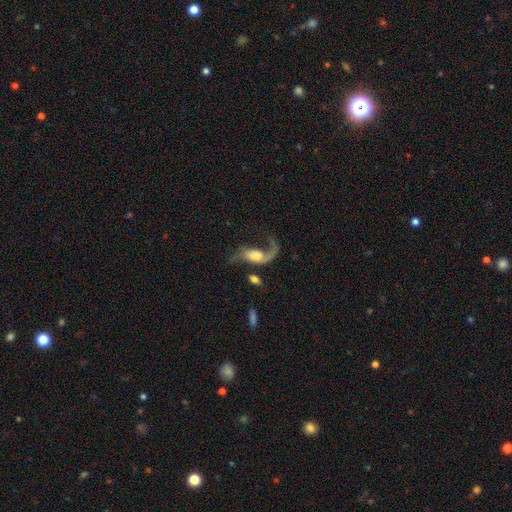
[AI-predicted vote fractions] smooth_or_featured: featured or disk (p=0.76) [alt: smooth p=0.17]
disk_edge_on: no (p=0.95) [alt: yes p=0.05]
bar: no (p=0.55) [alt: weak p=0.34]
has_spiral_arms: yes (p=0.91) [alt: no p=0.09]
spiral_winding: loose (p=0.81) [alt: medium p=0.15]
spiral_arm_count: 2 (p=0.51) [alt: 1 p=0.45]
bulge_size: large (p=0.34) [alt: moderate p=0.32]
merging: major disturbance (p=0.40) [alt: none p=0.36]